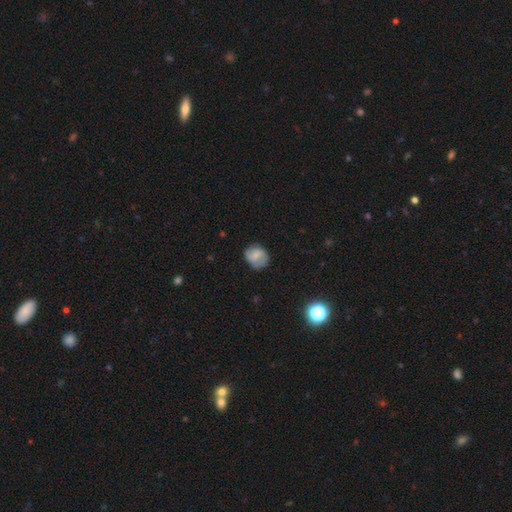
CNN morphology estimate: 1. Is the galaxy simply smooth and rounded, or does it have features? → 59% smooth, 32% featured or disk, 8% star or artifact.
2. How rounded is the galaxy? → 64% round, 35% in between, 1% cigar-shaped.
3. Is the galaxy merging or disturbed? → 69% none, 23% minor disturbance, 7% major disturbance, 1% merger.